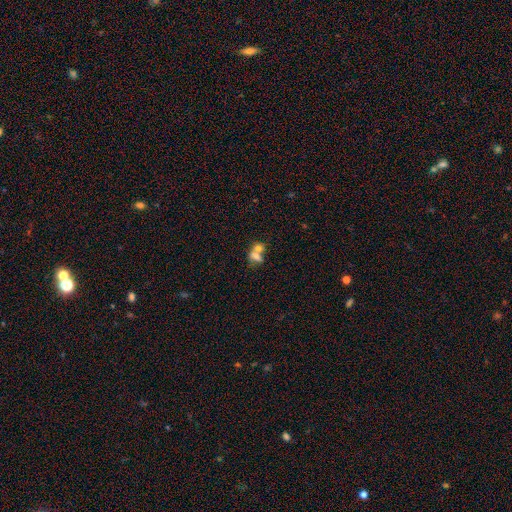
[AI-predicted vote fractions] Overall: smooth (68%). How rounded: in between (65%; round 30%). Merging: merger (65%).